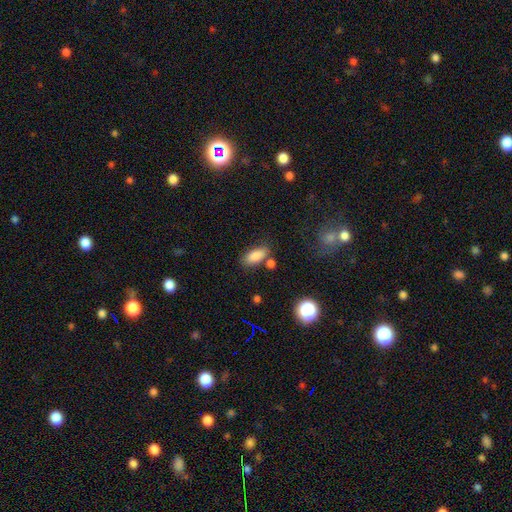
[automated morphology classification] Smooth or featured? smooth (85%)
How rounded? in between (85%)
Merging? none (72%)